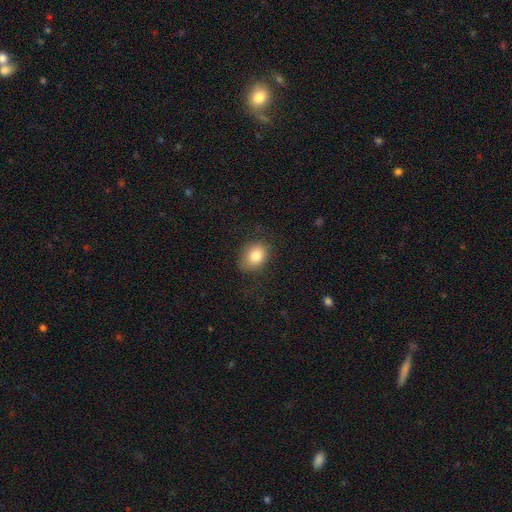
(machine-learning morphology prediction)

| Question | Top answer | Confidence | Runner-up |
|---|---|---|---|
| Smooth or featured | smooth | 83% | star or artifact (9%) |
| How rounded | in between | 66% | round (33%) |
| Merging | none | 75% | minor disturbance (17%) |